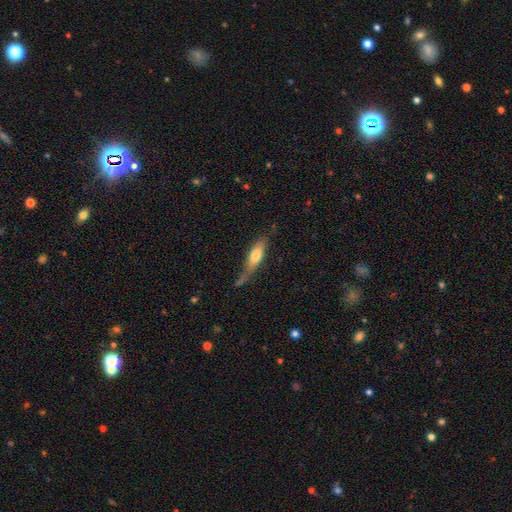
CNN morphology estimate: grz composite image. It shows a smooth galaxy with no disk features (63%) that is cigar-shaped (62%). Merging: none (50%).